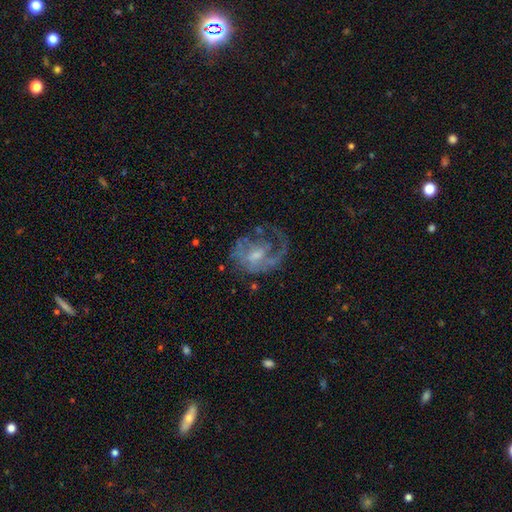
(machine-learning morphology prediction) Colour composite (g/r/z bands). It shows a featured or disk galaxy (75%) with no bar (50%), 1 (57%) medium (41%) spiral arms (78%) and a small central bulge (42%). Merging: none (42%).